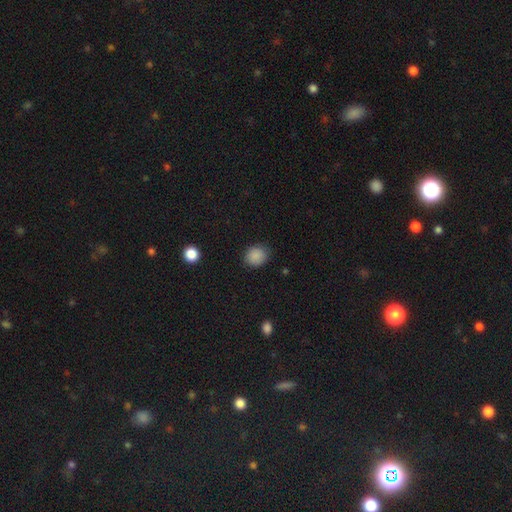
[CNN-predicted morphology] Smooth or featured?
  - smooth: 87% *
  - star or artifact: 9%
  - featured or disk: 4%
How rounded?
  - round: 67% *
  - in between: 32%
  - cigar-shaped: 1%
Merging?
  - none: 82% *
  - minor disturbance: 14%
  - major disturbance: 3%
  - merger: 1%